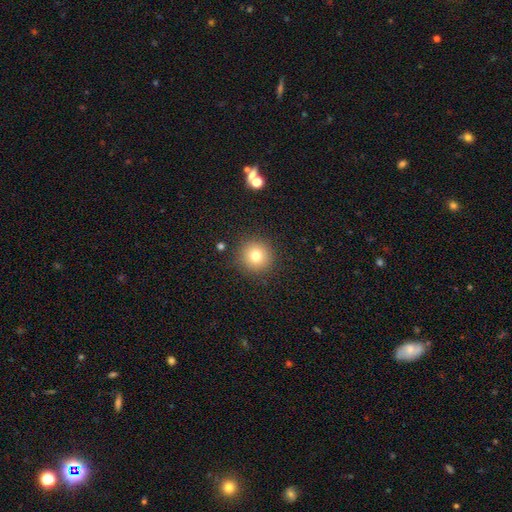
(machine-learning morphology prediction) Smooth or featured?
  - smooth: 77% *
  - star or artifact: 13%
  - featured or disk: 10%
How rounded?
  - round: 94% *
  - in between: 5%
  - cigar-shaped: 1%
Merging?
  - none: 89% *
  - minor disturbance: 6%
  - major disturbance: 3%
  - merger: 2%